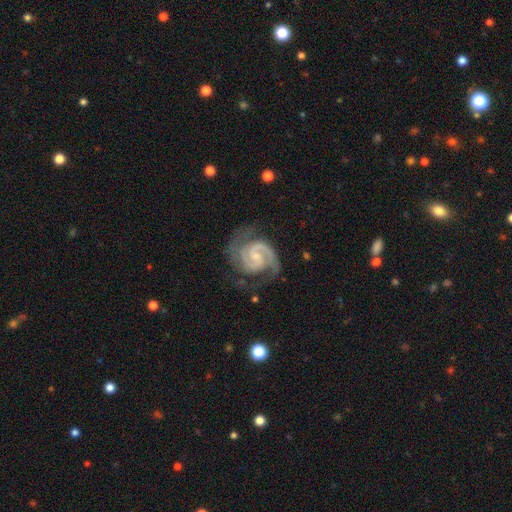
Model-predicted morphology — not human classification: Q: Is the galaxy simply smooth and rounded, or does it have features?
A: featured or disk — 93%.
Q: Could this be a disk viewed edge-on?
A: no — 98%.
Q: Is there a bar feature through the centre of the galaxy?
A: weak — 49%.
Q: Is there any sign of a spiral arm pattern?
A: yes — 99%.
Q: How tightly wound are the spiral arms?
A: tight — 49%.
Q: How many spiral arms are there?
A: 2 — 89%.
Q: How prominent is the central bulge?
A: small — 56%.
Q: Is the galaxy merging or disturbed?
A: none — 71%.